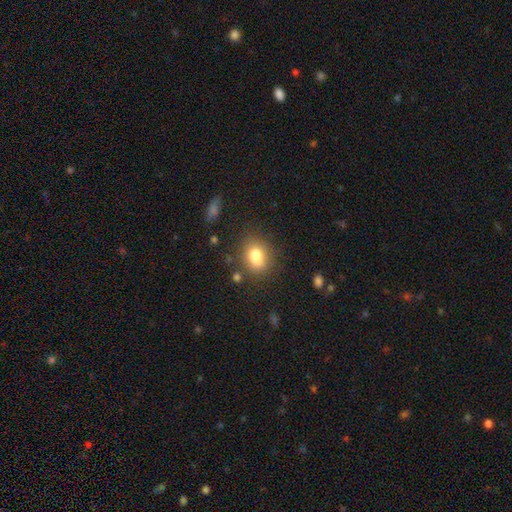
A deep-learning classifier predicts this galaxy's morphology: This appears to be a smooth galaxy with no disk features (77%) that is in between round and cigar-shaped (57%). Merging: none (59%).